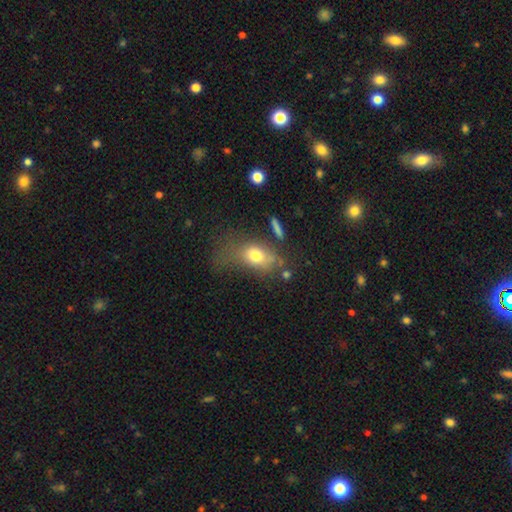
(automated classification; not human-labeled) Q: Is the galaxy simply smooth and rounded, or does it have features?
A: smooth — 72%.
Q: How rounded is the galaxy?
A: in between — 76%.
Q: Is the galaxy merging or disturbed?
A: major disturbance — 35%.